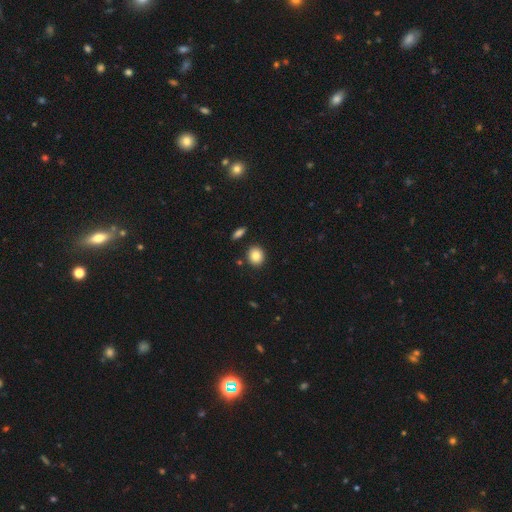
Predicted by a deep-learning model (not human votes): smooth-or-featured: smooth: 85% | star or artifact: 9% | featured or disk: 6%
  how-rounded: round: 76% | in between: 23% | cigar-shaped: 1%
  merging: none: 87% | minor disturbance: 7% | merger: 4% | major disturbance: 2%